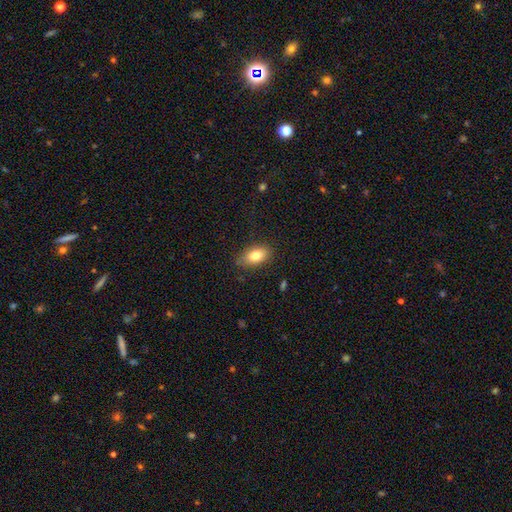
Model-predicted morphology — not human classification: type=smooth (79%); roundness=in between (88%); merging=none (82%).